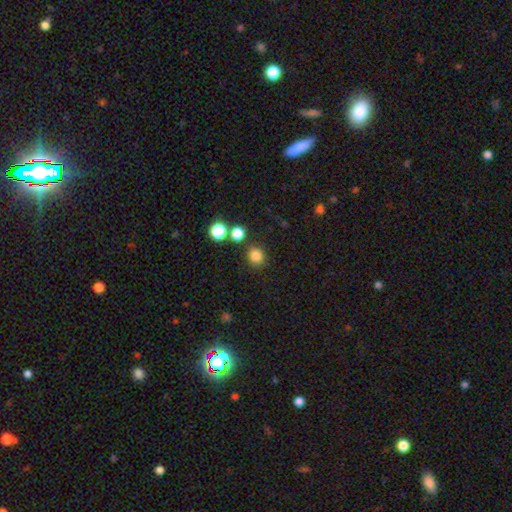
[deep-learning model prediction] Q: Smooth or featured?
A: smooth (82%); runner-up: star or artifact (14%)
Q: How rounded?
A: round (84%); runner-up: in between (15%)
Q: Merging?
A: none (84%); runner-up: minor disturbance (8%)